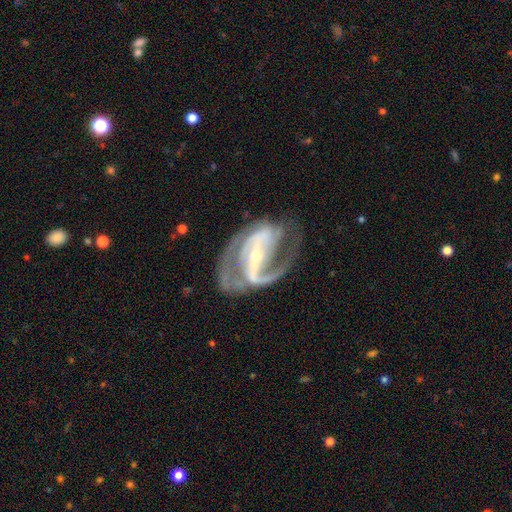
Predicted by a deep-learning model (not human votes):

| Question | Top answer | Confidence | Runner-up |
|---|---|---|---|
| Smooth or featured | featured or disk | 90% | star or artifact (5%) |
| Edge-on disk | no | 96% | yes (4%) |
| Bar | strong | 65% | weak (23%) |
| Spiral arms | yes | 95% | no (5%) |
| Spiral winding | medium | 51% | tight (26%) |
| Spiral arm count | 2 | 77% | 1 (7%) |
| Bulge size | small | 70% | moderate (26%) |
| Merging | none | 55% | major disturbance (23%) |